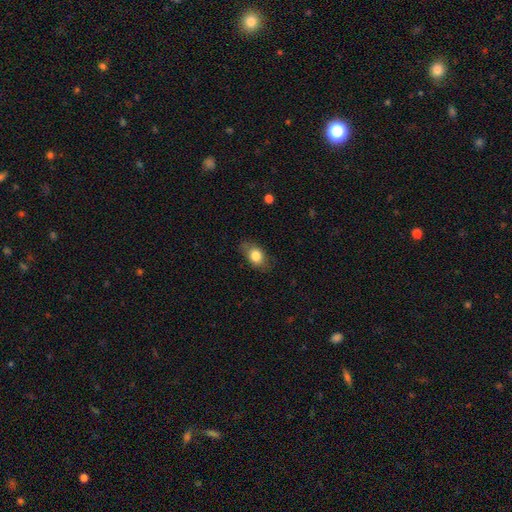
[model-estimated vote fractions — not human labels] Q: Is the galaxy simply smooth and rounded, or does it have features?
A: smooth — 79%.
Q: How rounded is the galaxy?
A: in between — 77%.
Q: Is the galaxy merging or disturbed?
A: none — 74%.